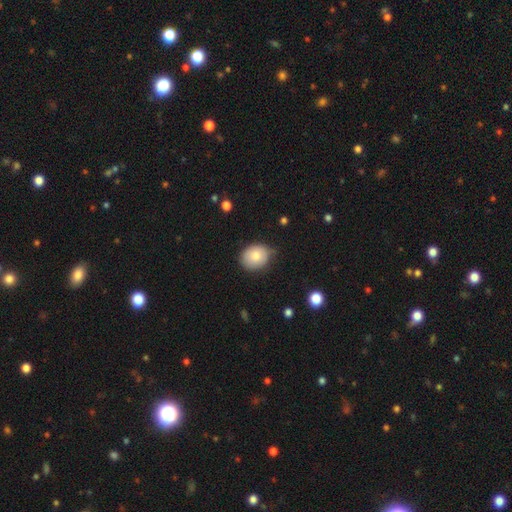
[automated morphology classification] smooth-or-featured: smooth: 79% | featured or disk: 13% | star or artifact: 7%
  how-rounded: round: 51% | in between: 48% | cigar-shaped: 1%
  merging: none: 68% | minor disturbance: 26% | major disturbance: 4% | merger: 2%